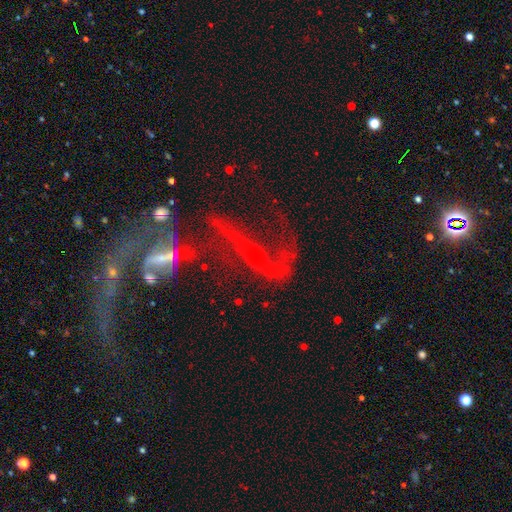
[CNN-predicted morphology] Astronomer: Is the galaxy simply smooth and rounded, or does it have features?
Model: featured or disk — 71%.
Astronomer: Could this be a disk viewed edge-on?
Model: no — 90%.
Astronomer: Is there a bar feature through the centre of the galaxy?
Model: no — 53% (runner-up: weak, 30%).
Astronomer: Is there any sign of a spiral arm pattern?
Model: yes — 71%.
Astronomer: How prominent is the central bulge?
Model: small — 51%.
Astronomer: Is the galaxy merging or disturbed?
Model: major disturbance — 32%, tied with merger at 32%.